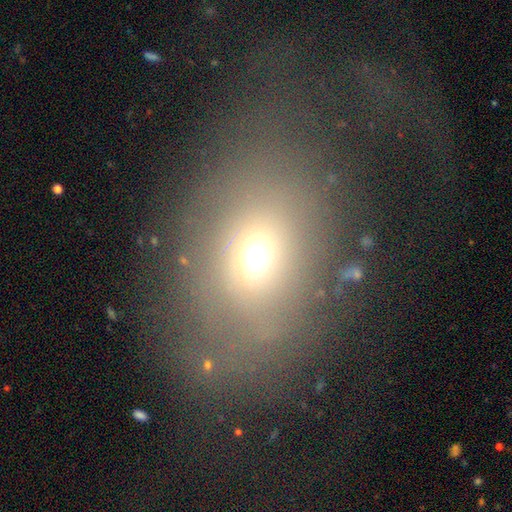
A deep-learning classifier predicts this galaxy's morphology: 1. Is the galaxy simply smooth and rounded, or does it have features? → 62% smooth, 20% featured or disk, 19% star or artifact.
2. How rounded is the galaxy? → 64% in between, 34% round, 2% cigar-shaped.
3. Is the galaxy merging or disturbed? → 58% none, 20% major disturbance, 18% minor disturbance, 4% merger.